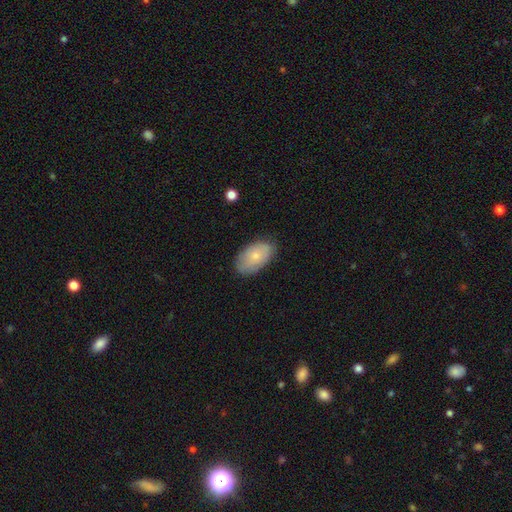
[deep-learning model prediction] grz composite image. It shows a smooth galaxy with no disk features (73%) that is in between round and cigar-shaped (93%). Merging: none (79%).